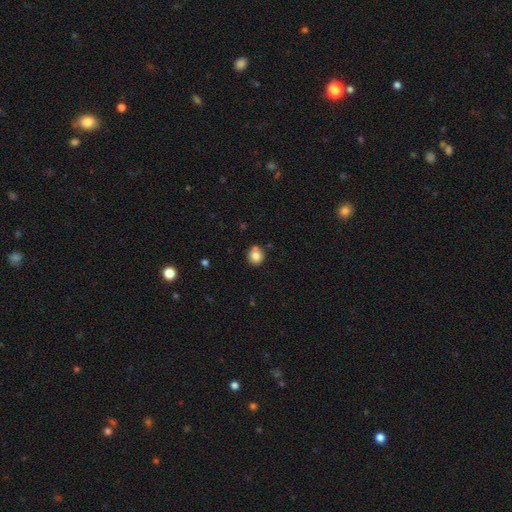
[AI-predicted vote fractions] A smooth galaxy with no disk features (82%) that is round (84%).

Vote fractions:
- Smooth or featured? smooth: 82% / star or artifact: 10% / featured or disk: 8%
- How rounded? round: 84% / in between: 16% / cigar-shaped: 1%
- Merging? none: 77% / minor disturbance: 14% / merger: 6% / major disturbance: 3%